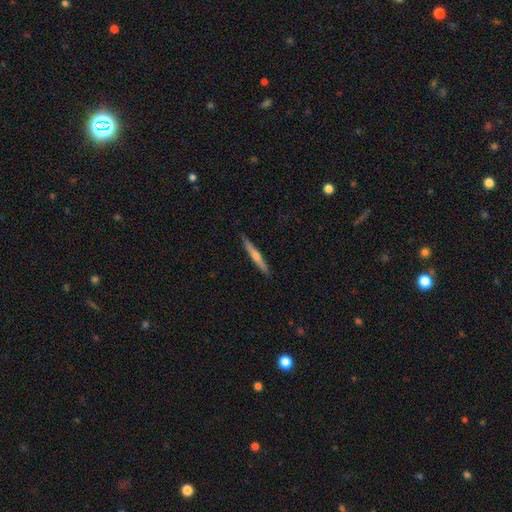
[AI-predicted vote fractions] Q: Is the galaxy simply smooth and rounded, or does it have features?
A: featured or disk — 60%.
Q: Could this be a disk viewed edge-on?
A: yes — 97%.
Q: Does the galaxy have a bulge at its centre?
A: rounded — 69%.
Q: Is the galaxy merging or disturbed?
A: none — 91%.